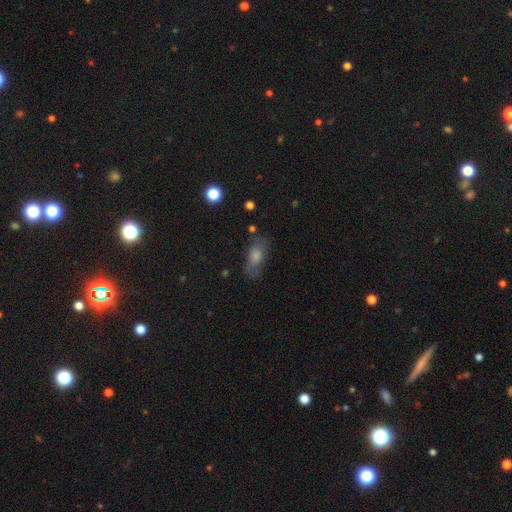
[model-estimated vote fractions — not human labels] Smooth or featured? smooth (66%)
How rounded? in between (80%)
Merging? none (64%)